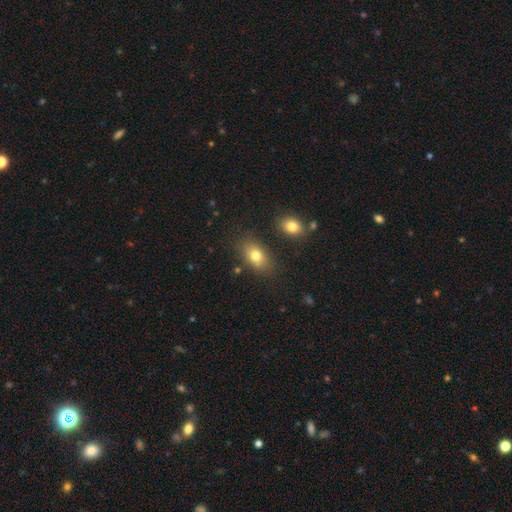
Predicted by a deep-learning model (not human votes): Smooth or featured?
  - smooth: 77% *
  - featured or disk: 13%
  - star or artifact: 10%
How rounded?
  - in between: 82% *
  - round: 15%
  - cigar-shaped: 2%
Merging?
  - none: 77% *
  - minor disturbance: 13%
  - merger: 6%
  - major disturbance: 4%